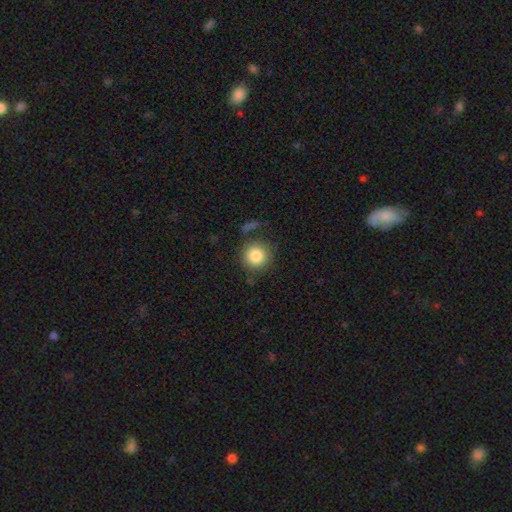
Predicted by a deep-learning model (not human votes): smooth-or-featured: smooth: 86% | star or artifact: 9% | featured or disk: 6%
  how-rounded: round: 93% | in between: 6% | cigar-shaped: 1%
  merging: none: 77% | minor disturbance: 13% | major disturbance: 5% | merger: 5%